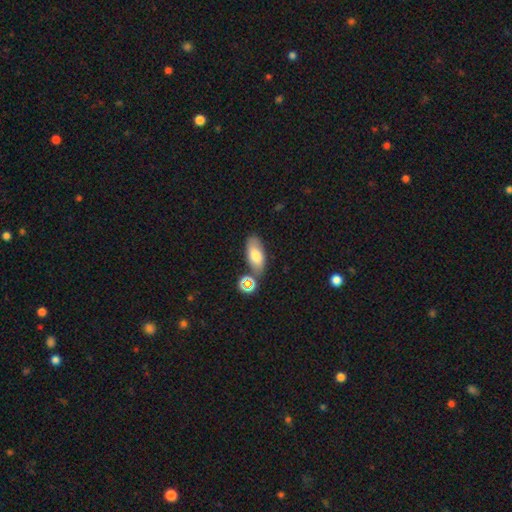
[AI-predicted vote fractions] A smooth galaxy with no disk features (71%) that is in between round and cigar-shaped (86%). Merging: none (73%).